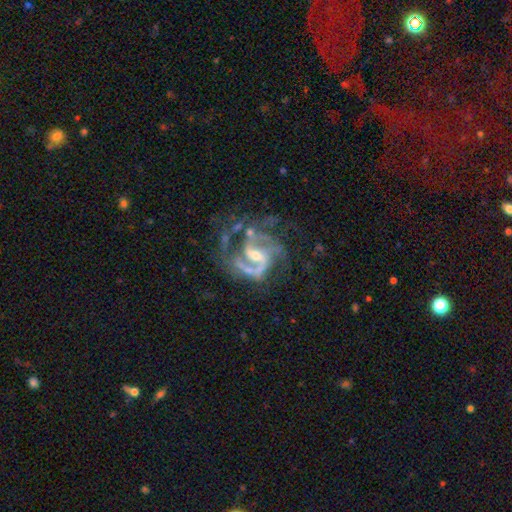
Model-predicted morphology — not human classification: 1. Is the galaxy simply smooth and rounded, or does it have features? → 92% featured or disk, 5% star or artifact, 3% smooth.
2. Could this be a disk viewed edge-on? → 98% no, 2% yes.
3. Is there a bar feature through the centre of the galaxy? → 47% weak, 33% strong, 20% no.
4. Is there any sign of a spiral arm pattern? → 97% yes, 3% no.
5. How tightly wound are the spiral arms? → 58% medium, 24% tight, 18% loose.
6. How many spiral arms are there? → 54% 2, 25% 3, 9% can't tell, 5% 4, 4% 1, 4% more than 4.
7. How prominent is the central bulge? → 48% small, 46% moderate, 3% none, 2% large, 1% dominant.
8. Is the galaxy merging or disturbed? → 50% none, 25% major disturbance, 20% minor disturbance, 5% merger.